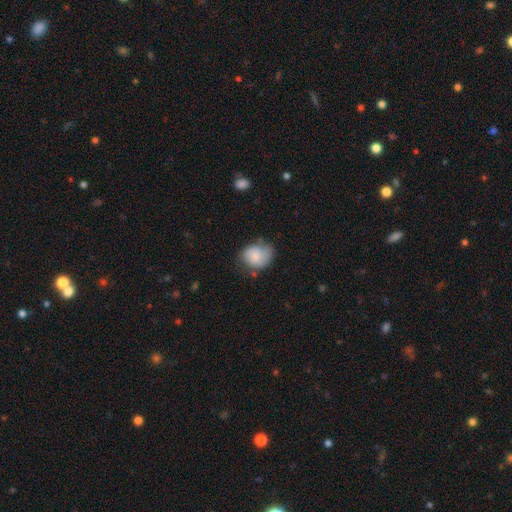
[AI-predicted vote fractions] smooth_or_featured: smooth (p=0.77) [alt: featured or disk p=0.15]
how_rounded: round (p=0.50) [alt: in between p=0.49]
merging: none (p=0.50) [alt: minor disturbance p=0.35]